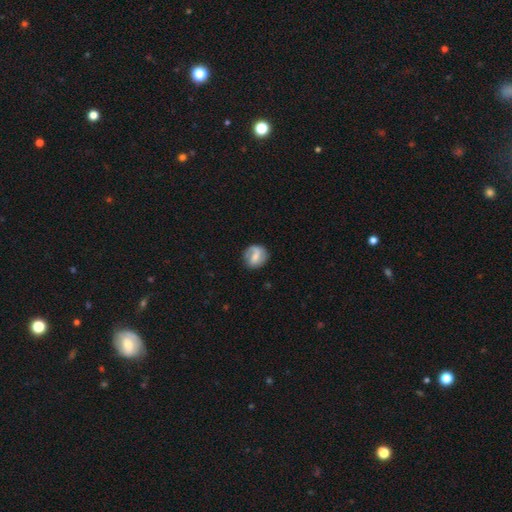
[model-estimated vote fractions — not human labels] Smooth or featured?
  - featured or disk: 49% *
  - smooth: 43%
  - star or artifact: 7%
Merging?
  - none: 72% *
  - minor disturbance: 18%
  - major disturbance: 8%
  - merger: 2%